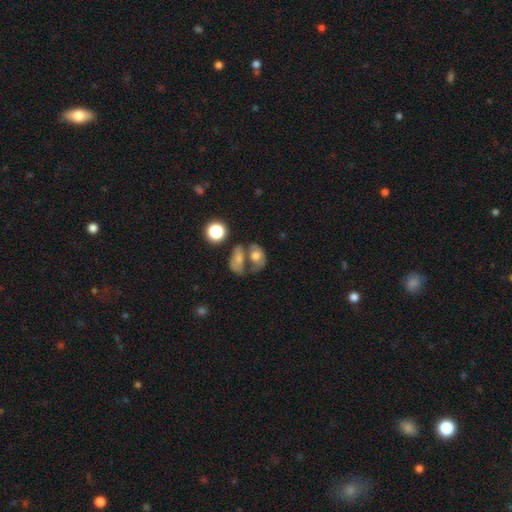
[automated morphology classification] Smooth or featured? Predicted: featured or disk (p=0.36). Merging? Predicted: none (p=0.44).